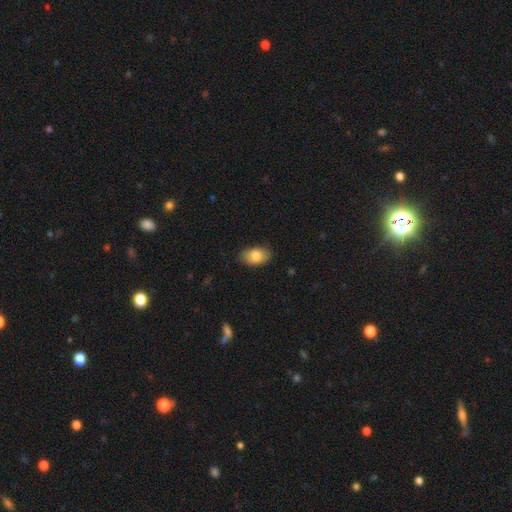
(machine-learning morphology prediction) A smooth galaxy with no disk features (83%) that is in between round and cigar-shaped (90%).

Vote fractions:
- Smooth or featured? smooth: 83% / featured or disk: 10% / star or artifact: 7%
- How rounded? in between: 90% / round: 8% / cigar-shaped: 1%
- Merging? none: 83% / minor disturbance: 13% / major disturbance: 2% / merger: 1%